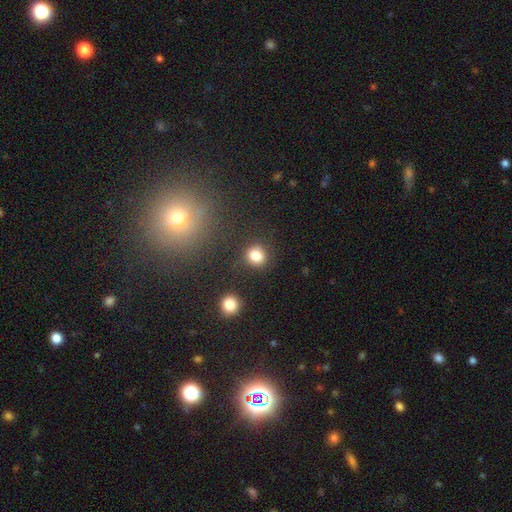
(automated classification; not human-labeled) Smooth or featured?
  - smooth: 82% *
  - star or artifact: 13%
  - featured or disk: 6%
How rounded?
  - round: 80% *
  - in between: 19%
  - cigar-shaped: 1%
Merging?
  - none: 81% *
  - minor disturbance: 11%
  - merger: 4%
  - major disturbance: 4%